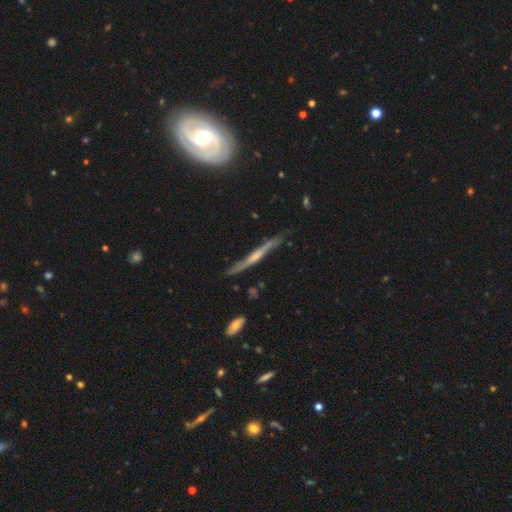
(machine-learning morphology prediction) Smooth or featured: featured or disk — 72% (smooth — 21%)
Edge-on disk: yes — 93% (no — 7%)
Edge-on bulge: rounded — 47% (none — 38%)
Merging: none — 76% (minor disturbance — 18%)